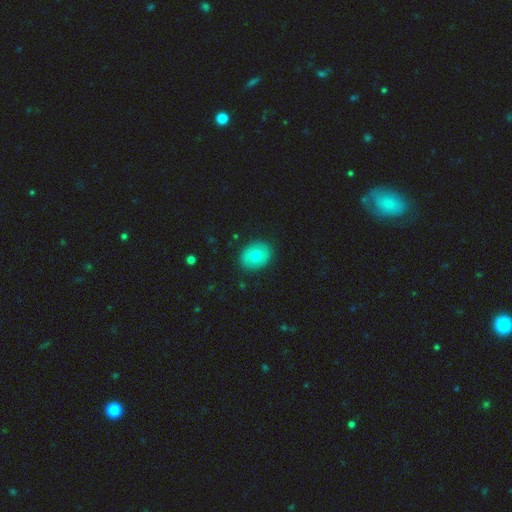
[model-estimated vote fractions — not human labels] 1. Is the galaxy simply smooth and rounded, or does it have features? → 68% smooth, 24% featured or disk, 8% star or artifact.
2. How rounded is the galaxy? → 57% round, 42% in between, 1% cigar-shaped.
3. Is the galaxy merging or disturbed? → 88% none, 9% minor disturbance, 2% major disturbance, 1% merger.